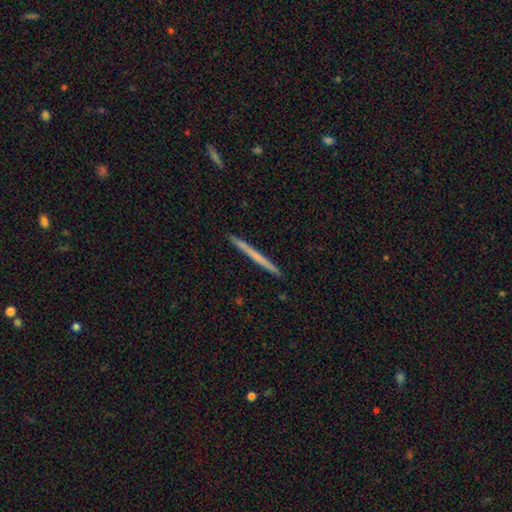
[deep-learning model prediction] Overall: smooth (48%; featured or disk 47%). Merging: none (93%).